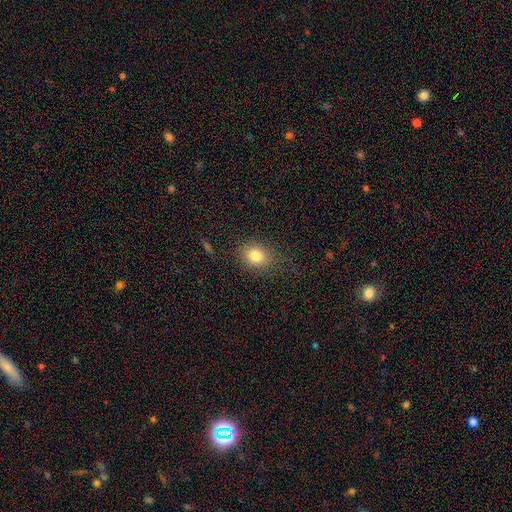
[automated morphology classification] Smooth or featured? Predicted: smooth (p=0.81). How rounded? Predicted: round (p=0.51). Merging? Predicted: none (p=0.78).